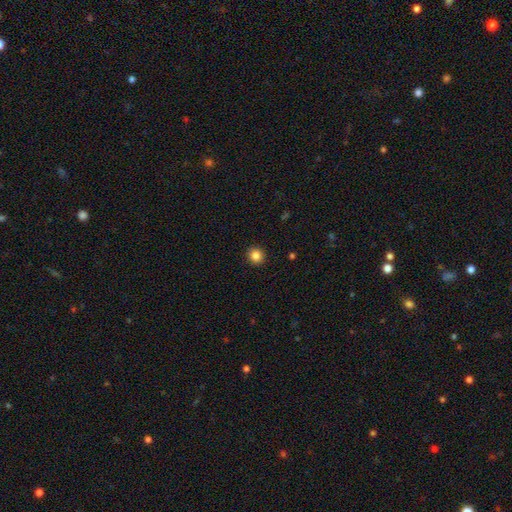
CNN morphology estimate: smooth_or_featured: smooth (p=0.85) [alt: star or artifact p=0.11]
how_rounded: round (p=0.91) [alt: in between p=0.08]
merging: none (p=0.93) [alt: minor disturbance p=0.05]